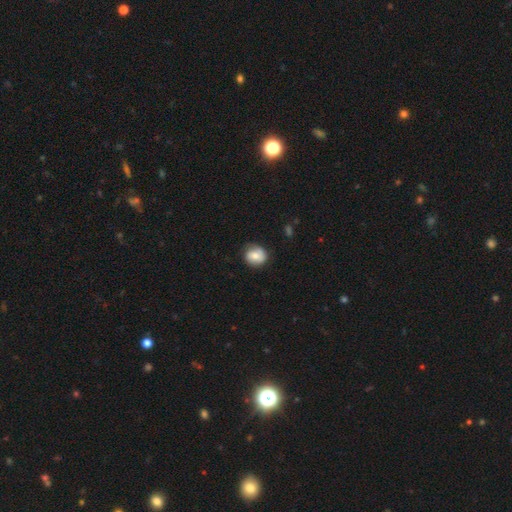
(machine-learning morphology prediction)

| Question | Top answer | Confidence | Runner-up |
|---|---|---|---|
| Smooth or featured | smooth | 66% | featured or disk (26%) |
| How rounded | round | 78% | in between (21%) |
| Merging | none | 75% | minor disturbance (19%) |